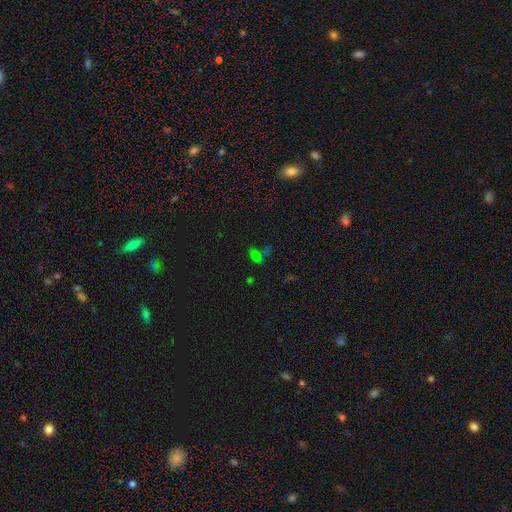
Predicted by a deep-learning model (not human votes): Morphology: type=smooth (48%); merging=none (43%).